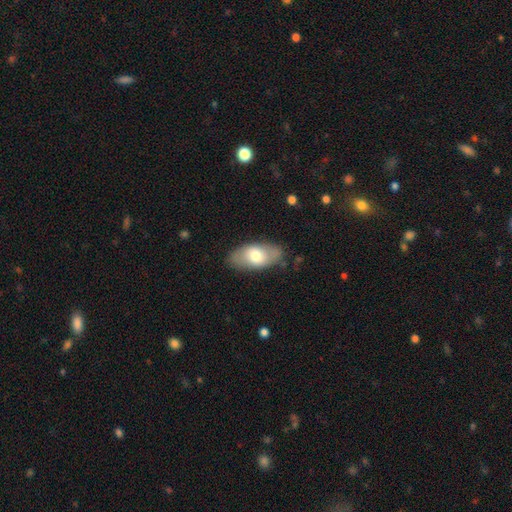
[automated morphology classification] A smooth galaxy with no disk features (68%) that is in between round and cigar-shaped (92%).

Vote fractions:
- Smooth or featured? smooth: 68% / featured or disk: 27% / star or artifact: 6%
- How rounded? in between: 92% / cigar-shaped: 4% / round: 4%
- Merging? none: 79% / minor disturbance: 15% / major disturbance: 4% / merger: 2%